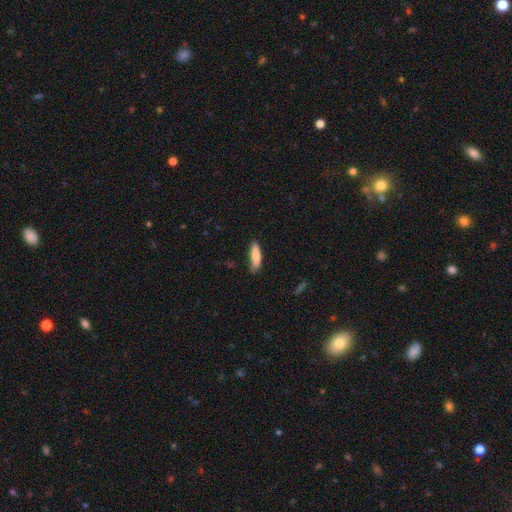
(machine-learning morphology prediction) smooth 84%, featured or disk 10%, star or artifact 6%. Down the decision tree: how rounded — cigar-shaped (63%); merging — none (76%).